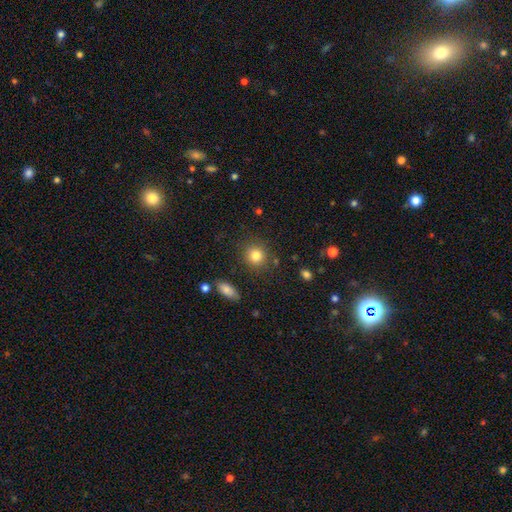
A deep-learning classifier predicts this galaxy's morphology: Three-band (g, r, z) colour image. It shows a smooth galaxy with no disk features (83%) that is round (86%). Merging: none (84%).